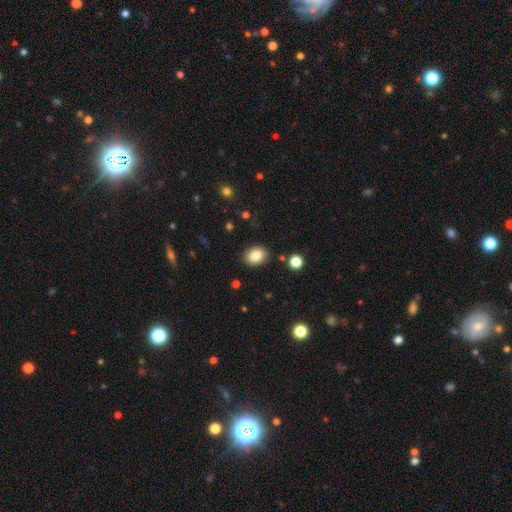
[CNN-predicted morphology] smooth 84%, star or artifact 8%, featured or disk 7%. Down the decision tree: how rounded — in between (72%); merging — none (85%).